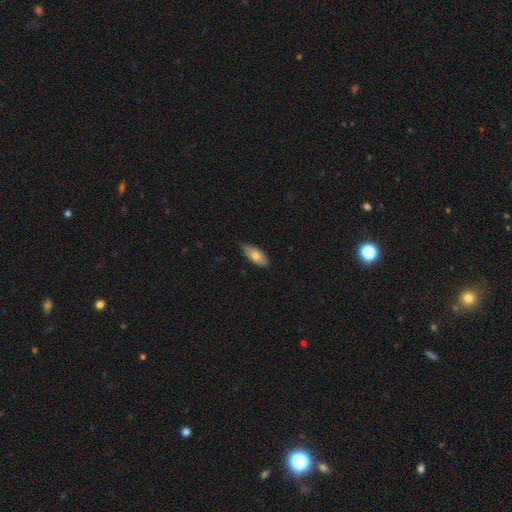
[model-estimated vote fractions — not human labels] A smooth galaxy with no disk features (73%) that is in between round and cigar-shaped (86%).

Vote fractions:
- Smooth or featured? smooth: 73% / featured or disk: 21% / star or artifact: 6%
- How rounded? in between: 86% / cigar-shaped: 11% / round: 3%
- Merging? none: 80% / minor disturbance: 17% / major disturbance: 2% / merger: 1%